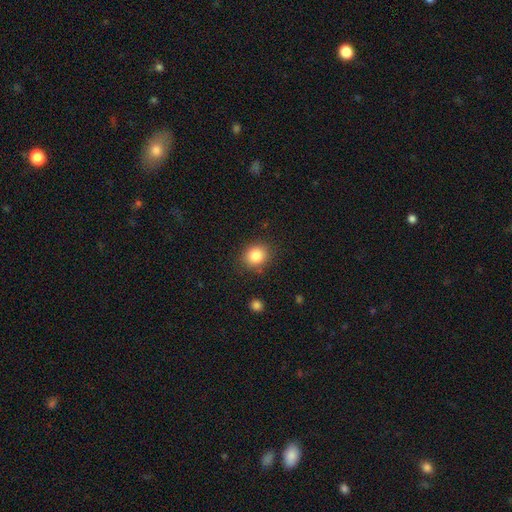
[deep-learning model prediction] smooth_or_featured: smooth (p=0.84) [alt: star or artifact p=0.10]
how_rounded: round (p=0.77) [alt: in between p=0.22]
merging: none (p=0.84) [alt: minor disturbance p=0.10]